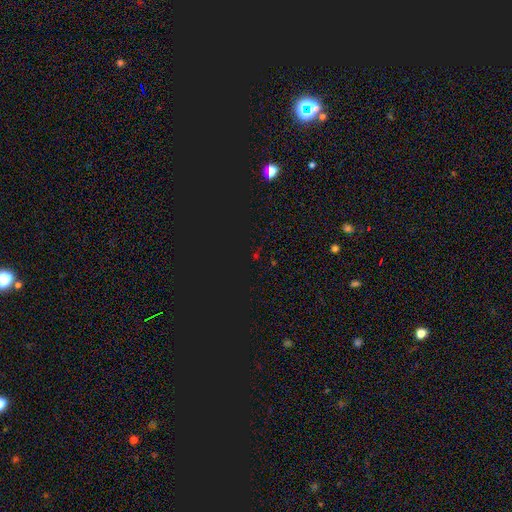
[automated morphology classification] Smooth or featured?
  - star or artifact: 73% *
  - smooth: 20%
  - featured or disk: 7%